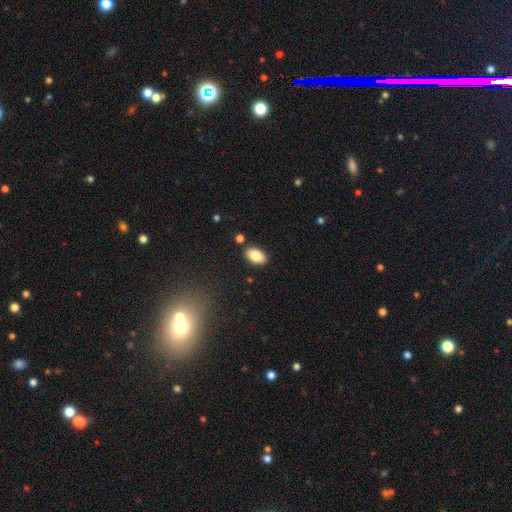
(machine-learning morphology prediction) This is clearly a smooth galaxy (85%). How rounded: clearly in between (92%). Merging: clearly none (85%).